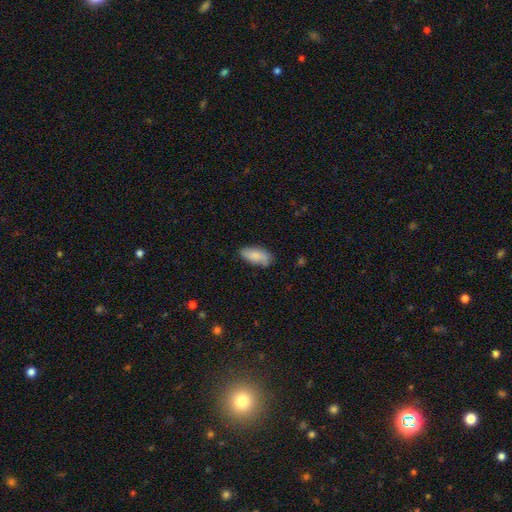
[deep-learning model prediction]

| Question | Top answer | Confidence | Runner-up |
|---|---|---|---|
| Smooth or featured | smooth | 81% | featured or disk (12%) |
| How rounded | in between | 87% | cigar-shaped (11%) |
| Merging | none | 71% | minor disturbance (23%) |